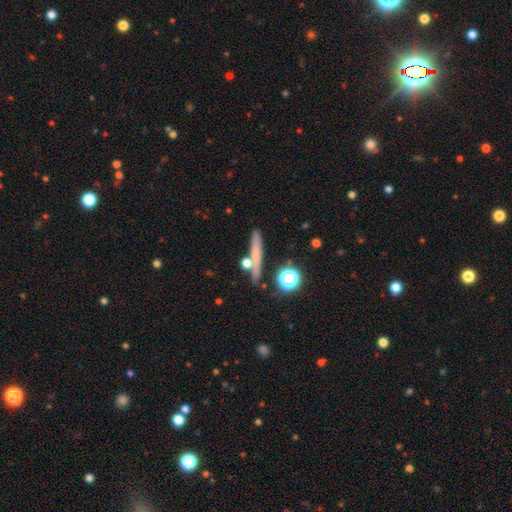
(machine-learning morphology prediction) Smooth or featured?
  - smooth: 52% *
  - featured or disk: 33%
  - star or artifact: 14%
How rounded?
  - cigar-shaped: 77% *
  - round: 13%
  - in between: 10%
Merging?
  - none: 76% *
  - minor disturbance: 11%
  - merger: 10%
  - major disturbance: 4%